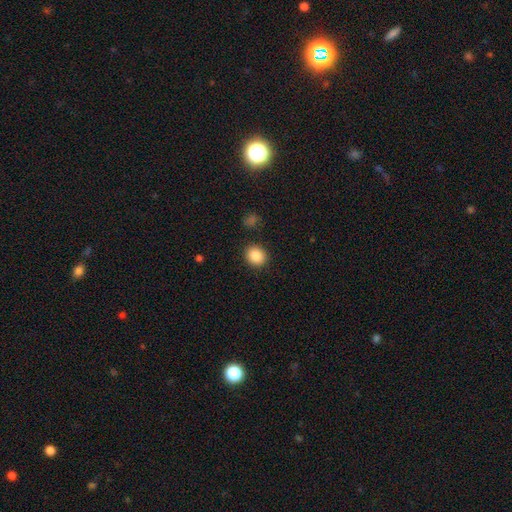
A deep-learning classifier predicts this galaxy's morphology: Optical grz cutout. It shows a smooth galaxy with no disk features (87%) that is round (75%). Merging: none (89%).